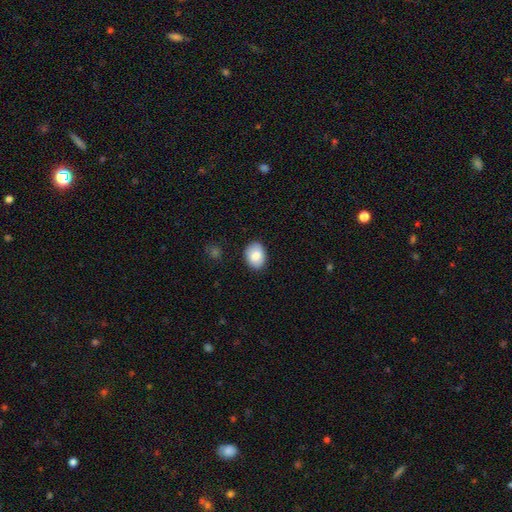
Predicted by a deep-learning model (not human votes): smooth-or-featured: smooth: 81% | featured or disk: 11% | star or artifact: 7%
  how-rounded: in between: 72% | round: 27% | cigar-shaped: 1%
  merging: none: 87% | minor disturbance: 10% | major disturbance: 2% | merger: 1%